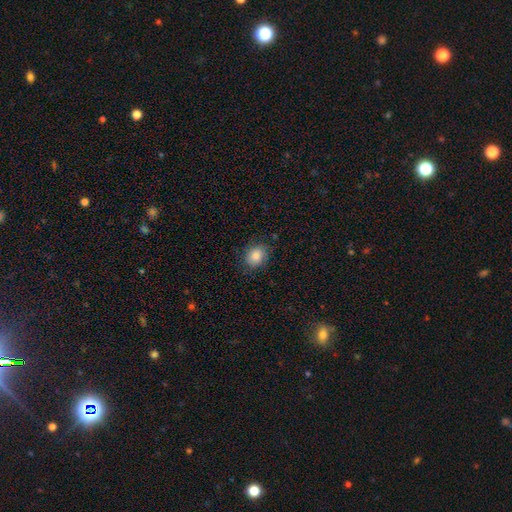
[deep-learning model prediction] Overall: smooth (86%). How rounded: round (59%; in between 40%). Merging: none (84%).